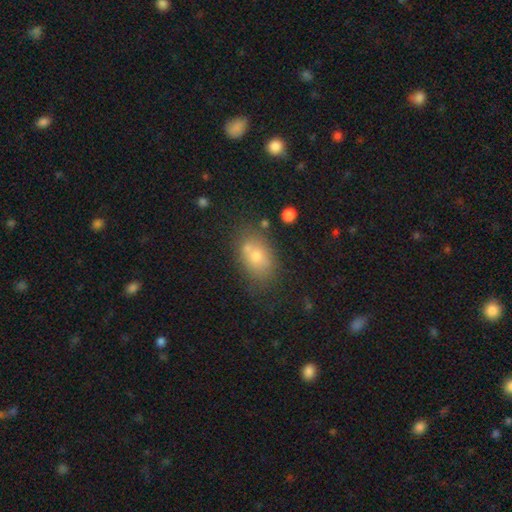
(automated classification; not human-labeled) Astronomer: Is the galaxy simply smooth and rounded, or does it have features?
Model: smooth — 71%.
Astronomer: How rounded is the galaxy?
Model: in between — 79%.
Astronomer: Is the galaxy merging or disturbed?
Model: none — 63%.